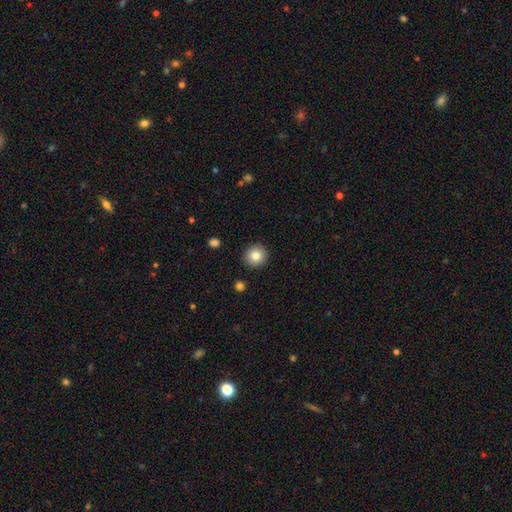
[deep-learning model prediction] This appears to be a smooth galaxy with no disk features (83%) that is round (93%). Merging: none (91%).